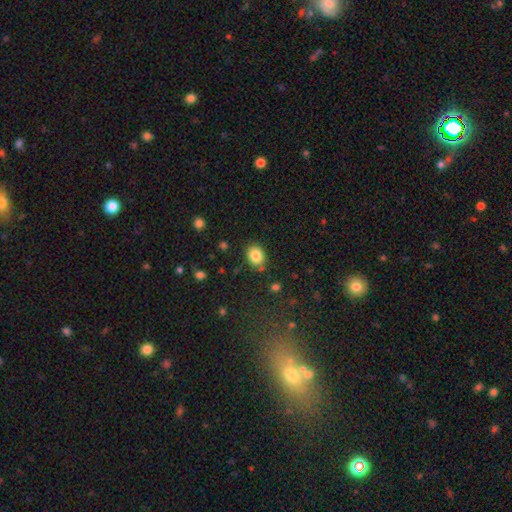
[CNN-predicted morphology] smooth 85%, star or artifact 9%, featured or disk 6%. Down the decision tree: how rounded — in between (60%); merging — none (82%).